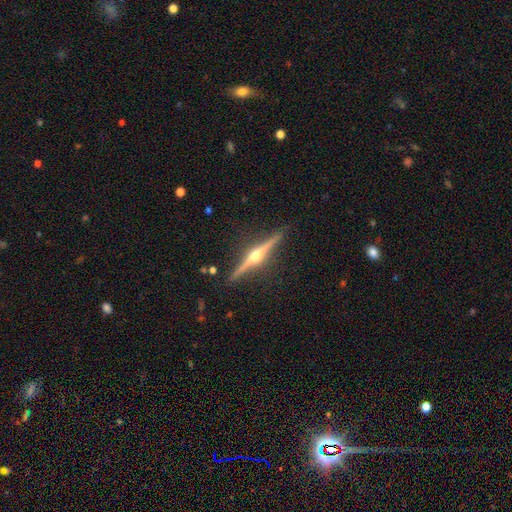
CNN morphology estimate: A featured or disk galaxy (87%) viewed edge-on (98%) with a rounded central bulge (95%).

Vote fractions:
- Smooth or featured? featured or disk: 87% / smooth: 8% / star or artifact: 5%
- Edge-on disk? yes: 98% / no: 2%
- Edge-on bulge? rounded: 95% / none: 3% / boxy: 2%
- Merging? none: 90% / minor disturbance: 7% / major disturbance: 1% / merger: 1%